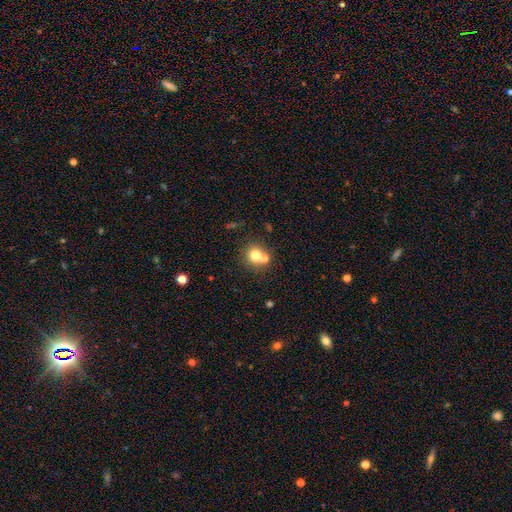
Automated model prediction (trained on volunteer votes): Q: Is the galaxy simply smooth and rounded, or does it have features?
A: smooth — 73%.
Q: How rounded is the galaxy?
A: round — 87%.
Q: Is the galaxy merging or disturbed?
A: none — 56%.